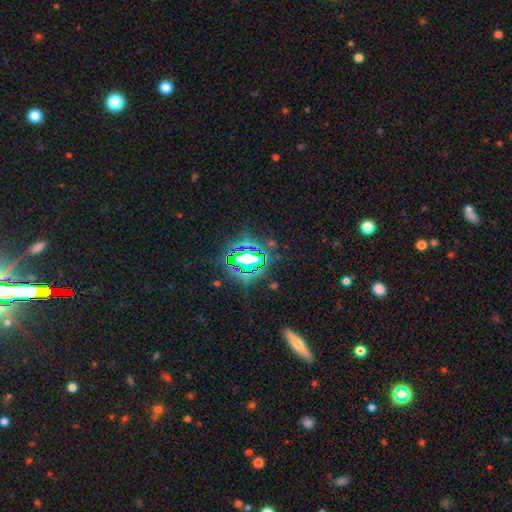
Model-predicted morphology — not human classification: Smooth or featured: star or artifact — 79% (smooth — 12%)